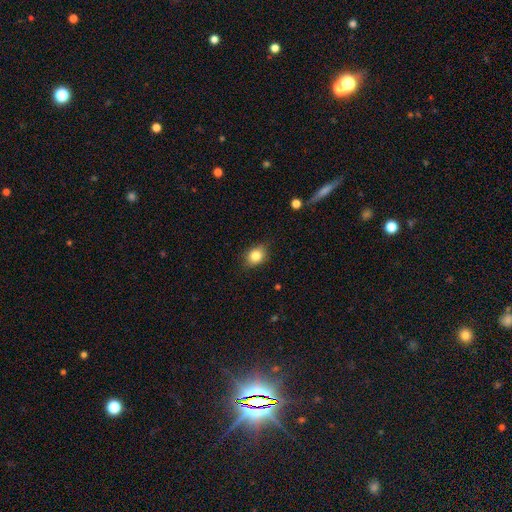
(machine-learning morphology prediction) A smooth galaxy with no disk features (83%) that is in between round and cigar-shaped (54%).

Vote fractions:
- Smooth or featured? smooth: 83% / star or artifact: 9% / featured or disk: 7%
- How rounded? in between: 54% / round: 44% / cigar-shaped: 1%
- Merging? none: 81% / minor disturbance: 15% / major disturbance: 3% / merger: 1%